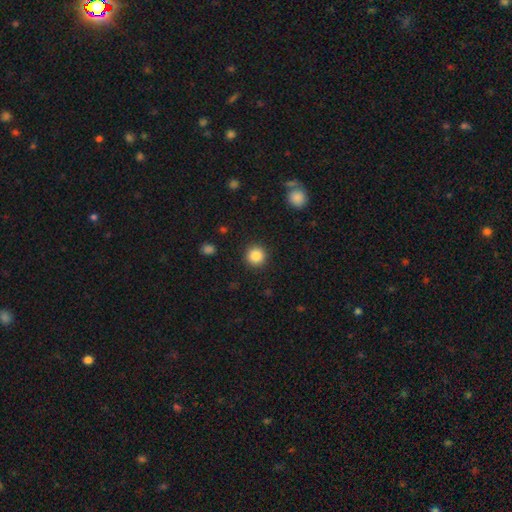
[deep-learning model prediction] smooth-or-featured: smooth: 86% | star or artifact: 10% | featured or disk: 4%
  how-rounded: round: 94% | in between: 5% | cigar-shaped: 1%
  merging: none: 91% | minor disturbance: 5% | major disturbance: 2% | merger: 1%